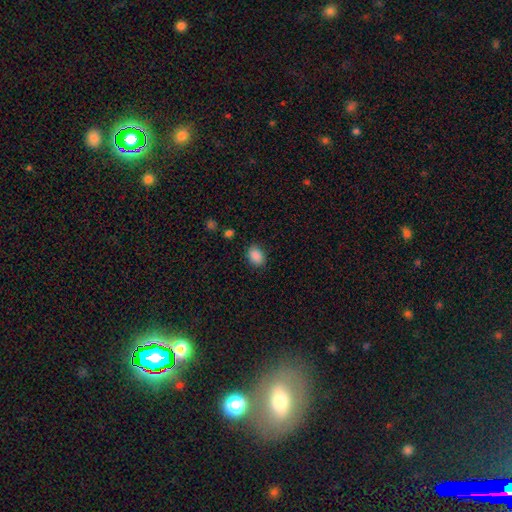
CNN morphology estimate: type=smooth (88%); roundness=in between (74%); merging=none (84%).